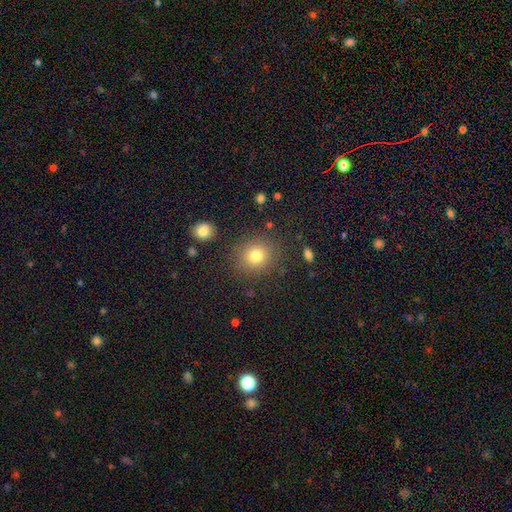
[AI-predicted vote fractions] This is likely a smooth galaxy (78%). How rounded: clearly round (80%). Merging: clearly none (85%).